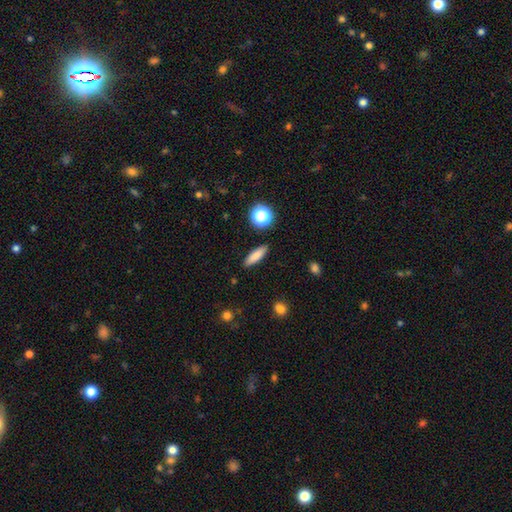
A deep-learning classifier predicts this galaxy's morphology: This appears to be a smooth galaxy with no disk features (83%) that is cigar-shaped (60%). Merging: none (89%).